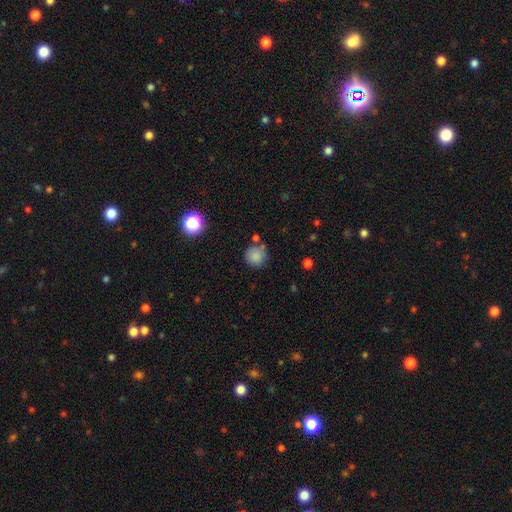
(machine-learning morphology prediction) This is clearly a smooth galaxy (84%). How rounded: clearly round (91%). Merging: likely none (69%).